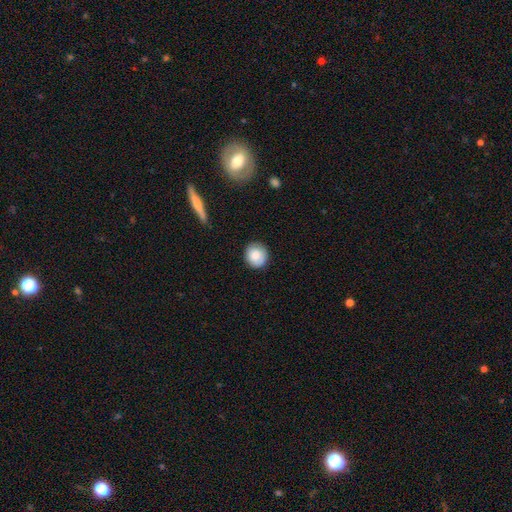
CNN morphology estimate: smooth_or_featured: smooth (p=0.83) [alt: featured or disk p=0.09]
how_rounded: round (p=0.88) [alt: in between p=0.11]
merging: none (p=0.86) [alt: minor disturbance p=0.11]